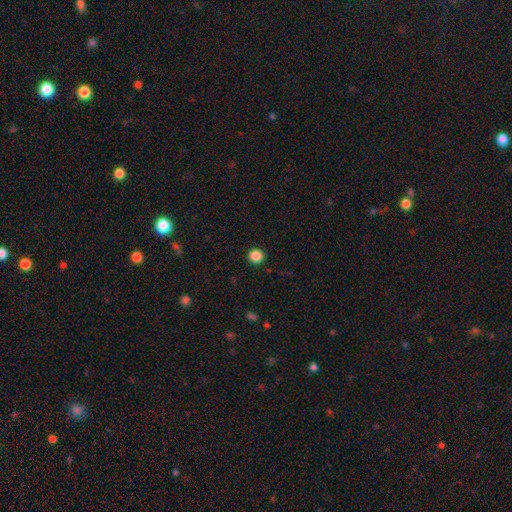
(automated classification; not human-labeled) Smooth or featured: smooth — 87% (star or artifact — 10%)
How rounded: round — 92% (in between — 7%)
Merging: none — 92% (minor disturbance — 5%)